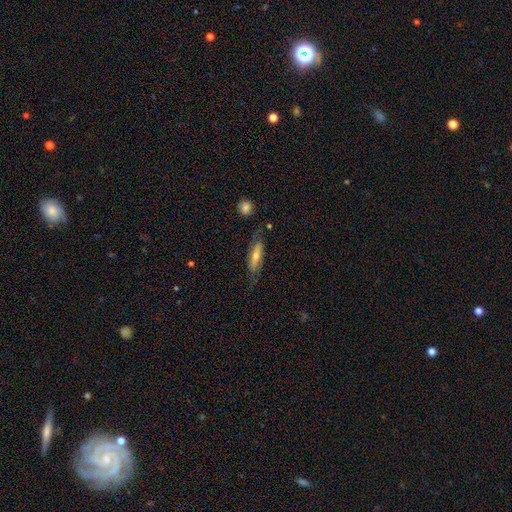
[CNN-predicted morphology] This appears to be a featured or disk galaxy (55%) with not edge-on (50%, tied with yes). Merging: none (73%).